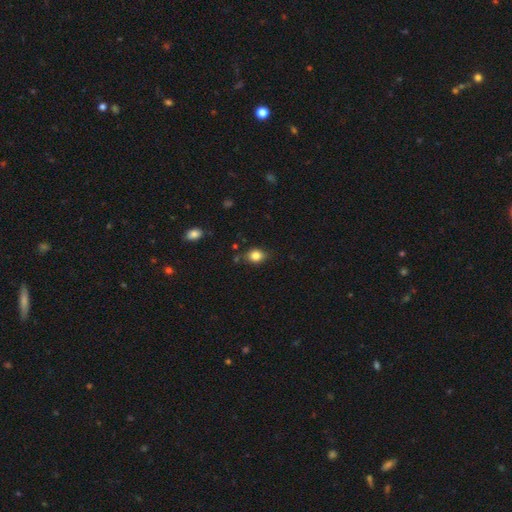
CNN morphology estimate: Smooth or featured?
  - smooth: 82% *
  - star or artifact: 10%
  - featured or disk: 7%
How rounded?
  - in between: 50% *
  - round: 48%
  - cigar-shaped: 1%
Merging?
  - none: 75% *
  - minor disturbance: 18%
  - major disturbance: 4%
  - merger: 3%